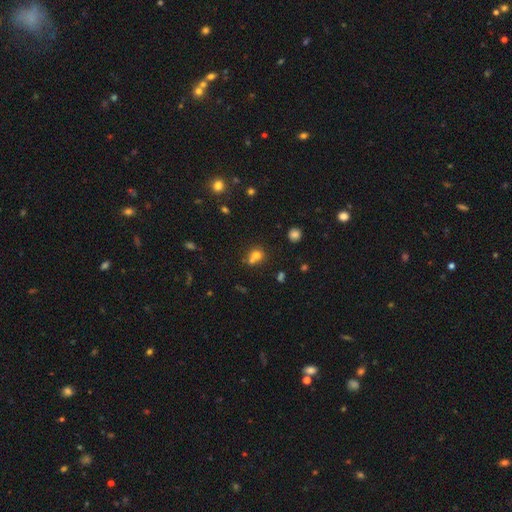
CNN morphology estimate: smooth 69%, star or artifact 18%, featured or disk 13%. Down the decision tree: how rounded — round (80%); merging — merger (44%, tied with none).